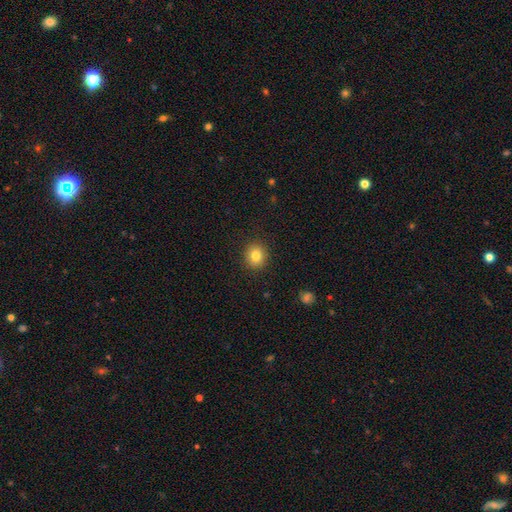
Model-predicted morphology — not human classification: This is clearly a smooth galaxy (82%). How rounded: clearly round (83%). Merging: clearly none (90%).